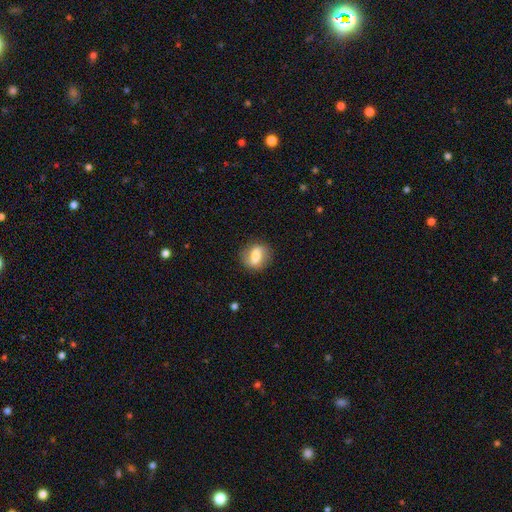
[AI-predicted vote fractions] This is likely a smooth galaxy (64%). How rounded: possibly round (49%). Merging: clearly none (82%).